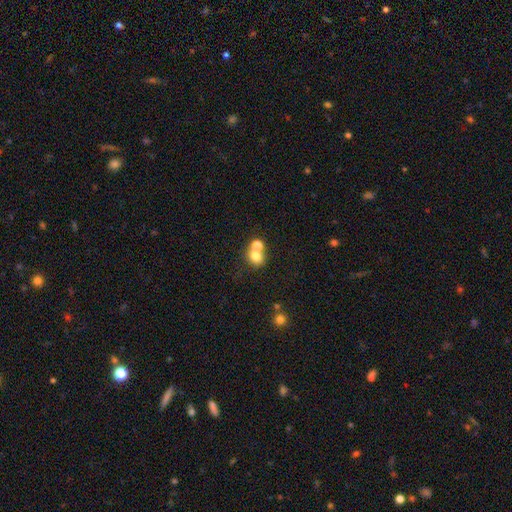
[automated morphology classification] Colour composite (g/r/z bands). It shows a smooth galaxy with no disk features (74%) that is round (76%). Merging: merger (46%).